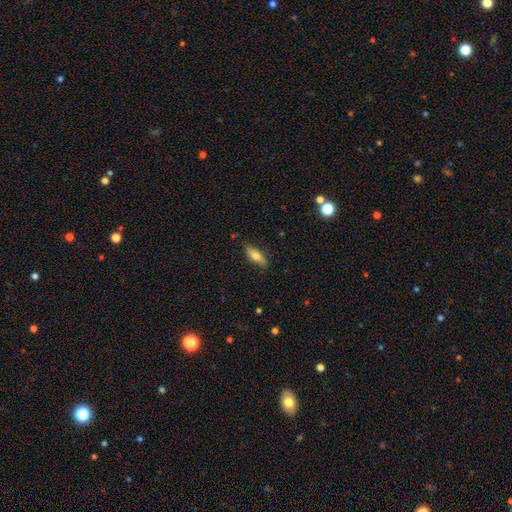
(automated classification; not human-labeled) Overall: smooth (71%). How rounded: in between (66%; cigar-shaped 31%). Merging: none (83%).